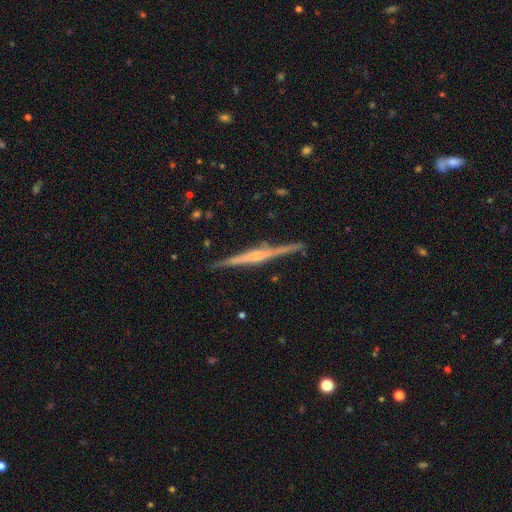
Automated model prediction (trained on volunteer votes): featured or disk 82%, smooth 13%, star or artifact 6%. Down the decision tree: edge-on disk — yes (98%); edge-on bulge — rounded (53%); merging — none (89%).